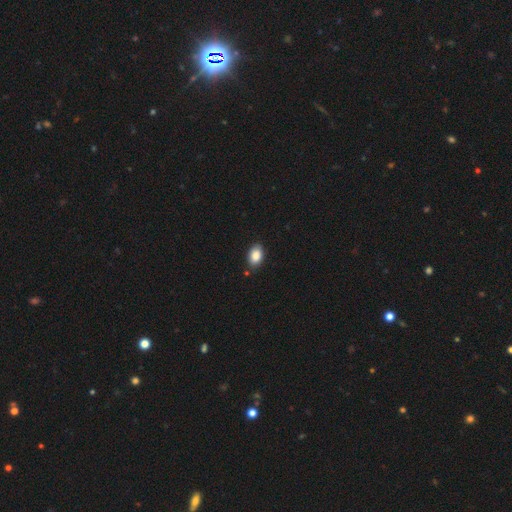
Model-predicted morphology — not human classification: Smooth or featured? Predicted: smooth (p=0.87). How rounded? Predicted: in between (p=0.88). Merging? Predicted: none (p=0.83).